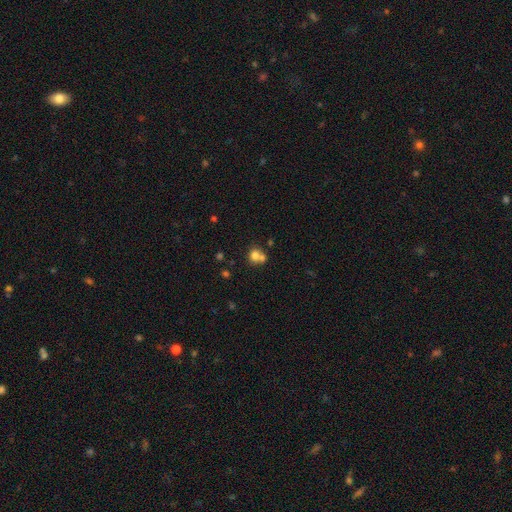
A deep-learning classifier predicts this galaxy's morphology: Smooth or featured?
  - smooth: 75% *
  - featured or disk: 13%
  - star or artifact: 12%
How rounded?
  - round: 78% *
  - in between: 21%
  - cigar-shaped: 1%
Merging?
  - merger: 50% *
  - none: 38%
  - minor disturbance: 8%
  - major disturbance: 4%